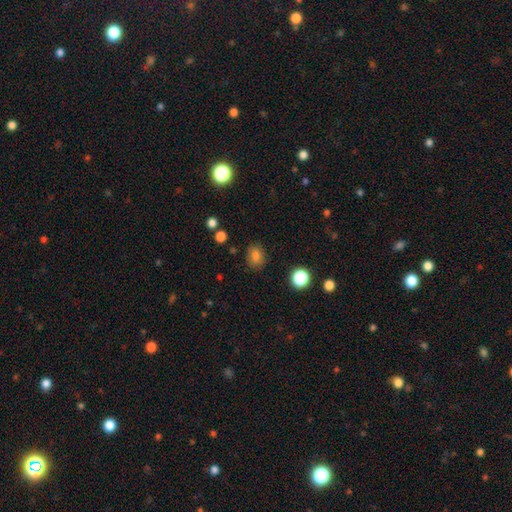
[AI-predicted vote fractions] Overall: smooth (81%). How rounded: round (51%; in between 48%). Merging: none (83%).